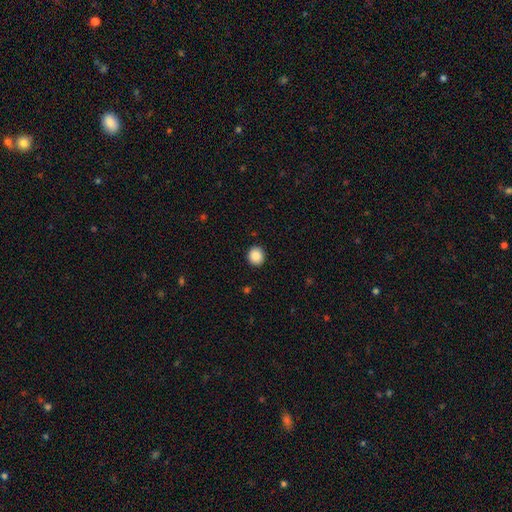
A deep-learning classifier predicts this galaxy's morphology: This appears to be a smooth galaxy with no disk features (89%) that is round (88%). Merging: none (92%).